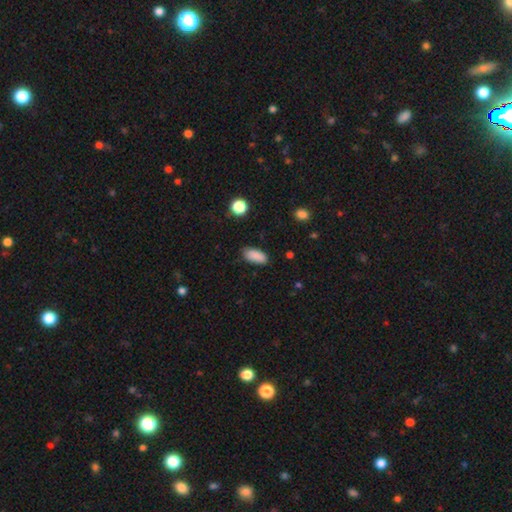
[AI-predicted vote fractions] Morphology: type=smooth (88%); roundness=in between (89%); merging=none (84%).